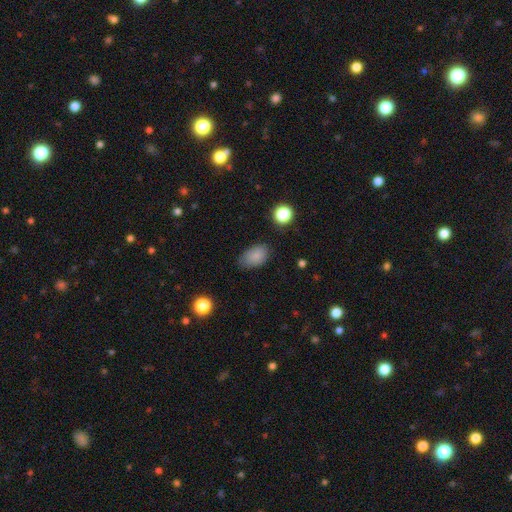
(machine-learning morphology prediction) Smooth or featured?
  - smooth: 83% *
  - star or artifact: 10%
  - featured or disk: 7%
How rounded?
  - in between: 89% *
  - round: 9%
  - cigar-shaped: 1%
Merging?
  - none: 69% *
  - minor disturbance: 24%
  - major disturbance: 5%
  - merger: 2%